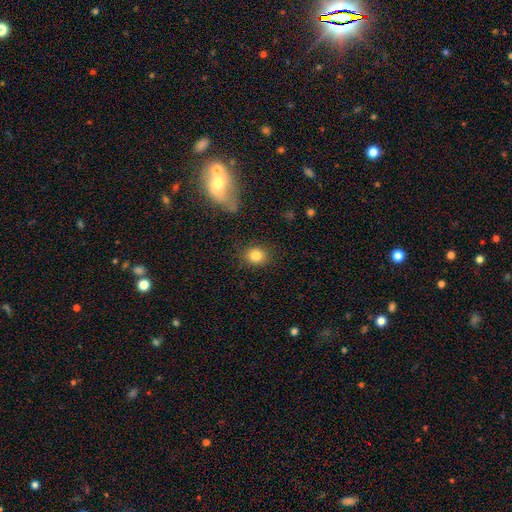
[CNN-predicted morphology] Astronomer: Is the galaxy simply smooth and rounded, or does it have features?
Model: smooth — 84%.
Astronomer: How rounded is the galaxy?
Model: round — 74%.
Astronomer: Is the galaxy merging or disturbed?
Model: none — 84%.